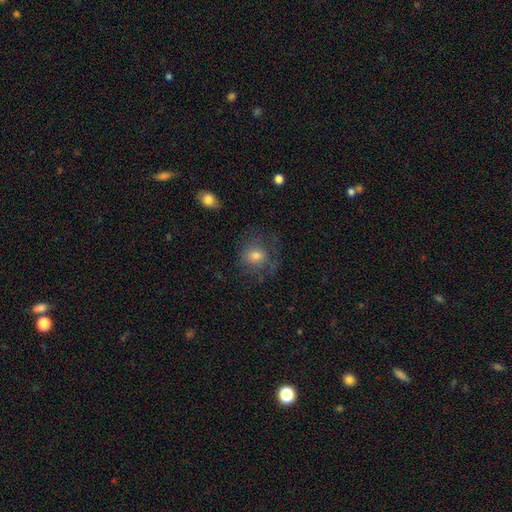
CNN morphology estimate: Q: Smooth or featured?
A: smooth (63%); runner-up: featured or disk (24%)
Q: How rounded?
A: round (75%); runner-up: in between (24%)
Q: Merging?
A: none (61%); runner-up: minor disturbance (20%)